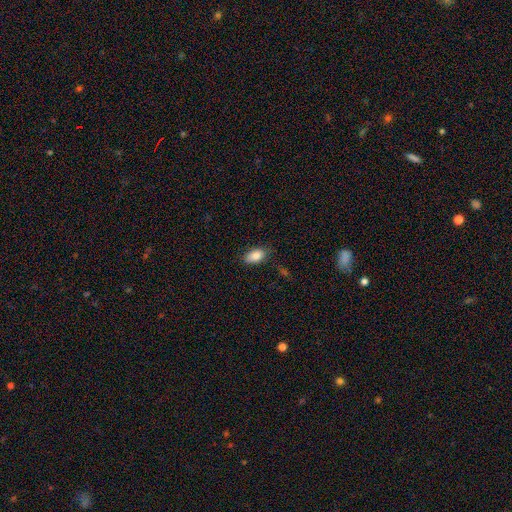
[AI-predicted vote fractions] smooth 86%, star or artifact 7%, featured or disk 7%. Down the decision tree: how rounded — in between (92%); merging — none (79%).